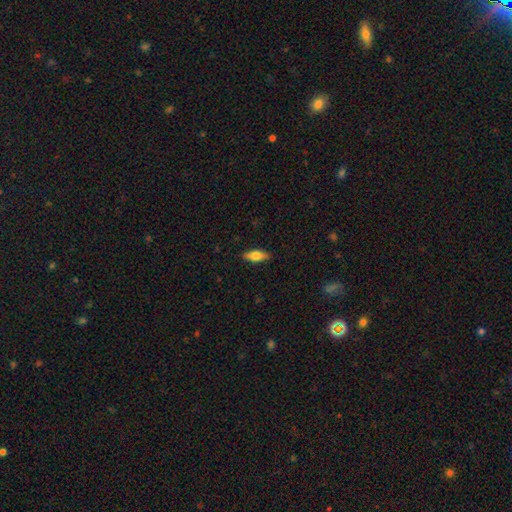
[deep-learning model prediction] This is likely a smooth galaxy (73%). How rounded: likely in between (71%). Merging: clearly none (87%).